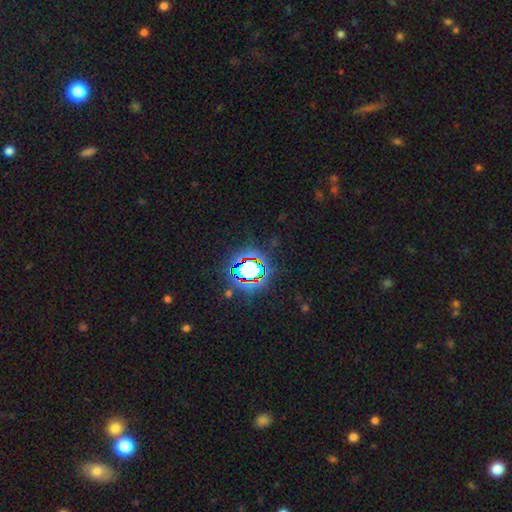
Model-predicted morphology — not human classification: Smooth or featured? star or artifact (81%)